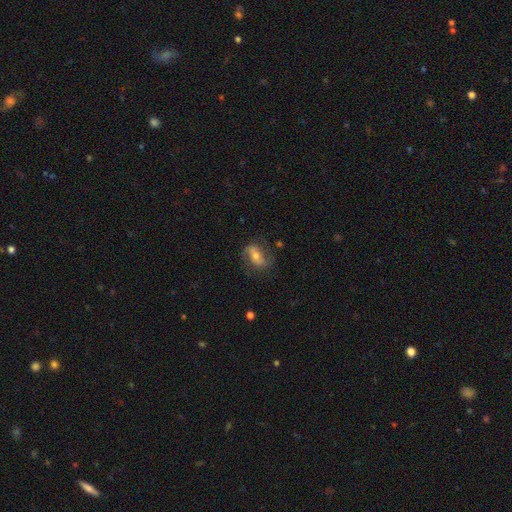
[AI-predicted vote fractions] A featured or disk galaxy (63%) with a strong bar (35%), 2 (84%) loose (42%) spiral arms (86%) and a moderate central bulge (52%). Merging: none (70%).